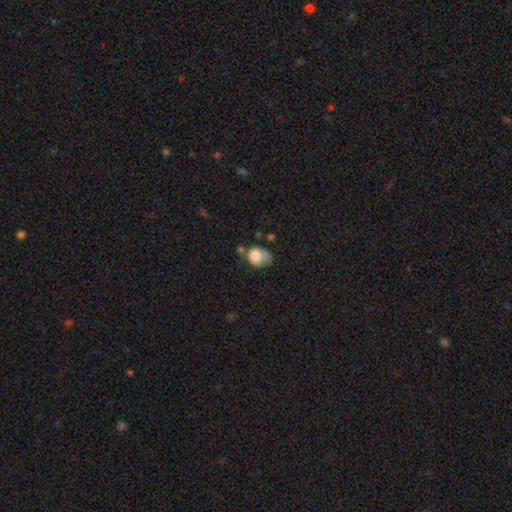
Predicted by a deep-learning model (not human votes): A smooth galaxy with no disk features (79%) that is in between round and cigar-shaped (58%). Merging: minor disturbance (35%).